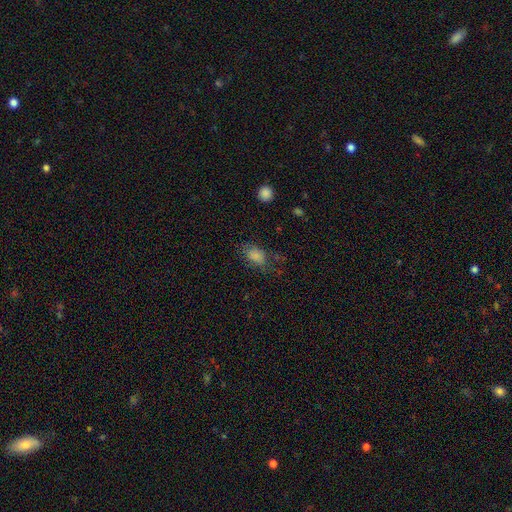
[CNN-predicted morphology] Smooth or featured? smooth (82%)
How rounded? in between (83%)
Merging? none (61%)